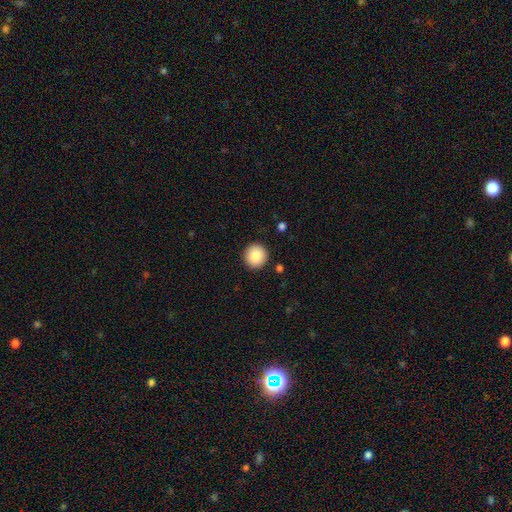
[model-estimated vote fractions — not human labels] smooth 87%, star or artifact 8%, featured or disk 5%. Down the decision tree: how rounded — round (94%); merging — none (92%).